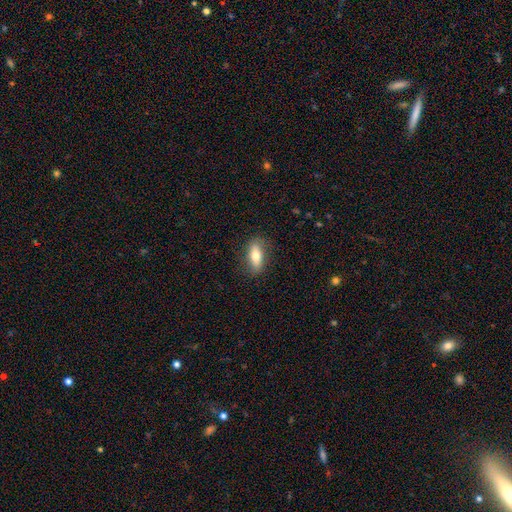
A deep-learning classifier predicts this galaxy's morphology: smooth_or_featured: smooth (p=0.69) [alt: featured or disk p=0.24]
how_rounded: in between (p=0.76) [alt: cigar-shaped p=0.20]
merging: none (p=0.83) [alt: minor disturbance p=0.13]